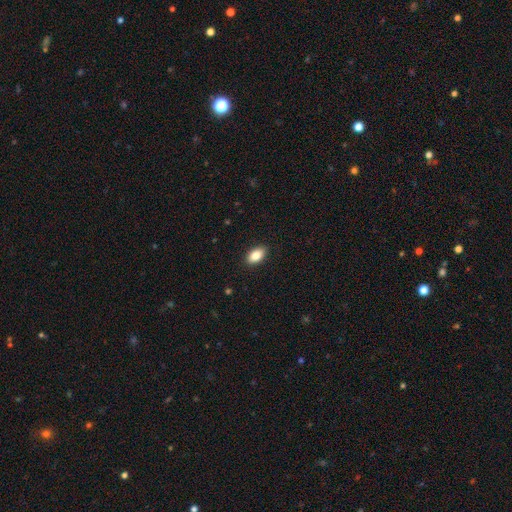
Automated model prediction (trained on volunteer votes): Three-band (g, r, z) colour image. It shows a smooth galaxy with no disk features (85%) that is in between round and cigar-shaped (92%). Merging: none (89%).